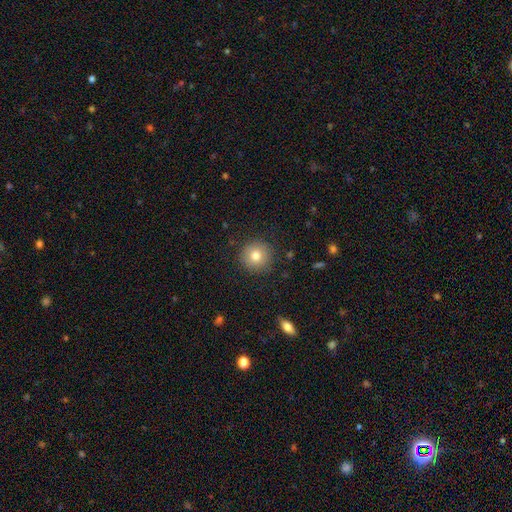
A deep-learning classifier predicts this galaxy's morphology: Q: Smooth or featured?
A: smooth (79%); runner-up: featured or disk (11%)
Q: How rounded?
A: round (93%); runner-up: in between (6%)
Q: Merging?
A: none (88%); runner-up: minor disturbance (8%)